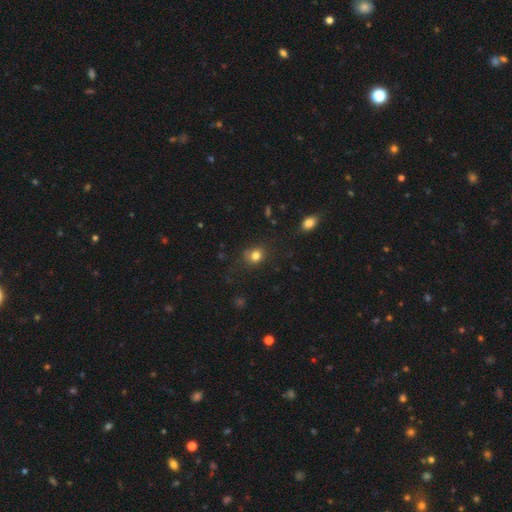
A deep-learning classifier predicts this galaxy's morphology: smooth-or-featured: smooth: 81% | star or artifact: 13% | featured or disk: 7%
  how-rounded: round: 70% | in between: 29% | cigar-shaped: 1%
  merging: none: 73% | minor disturbance: 18% | major disturbance: 6% | merger: 2%